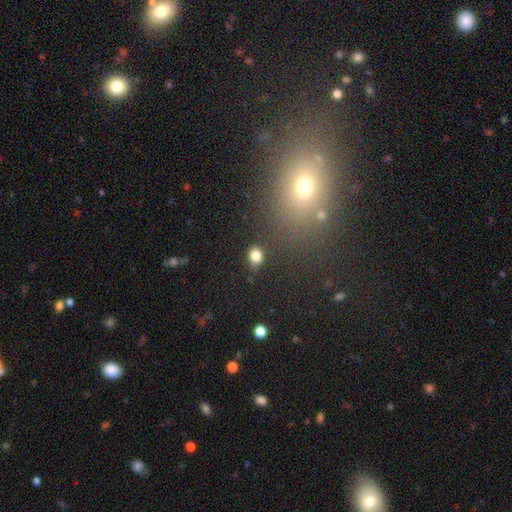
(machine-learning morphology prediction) This appears to be a smooth galaxy with no disk features (82%) that is in between round and cigar-shaped (58%). Merging: none (80%).